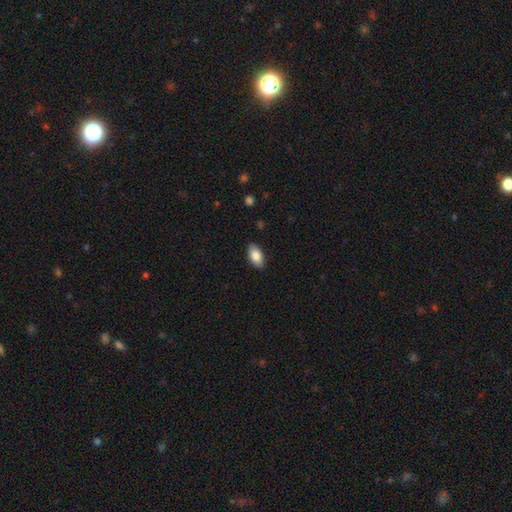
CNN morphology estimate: This appears to be a smooth galaxy with no disk features (85%) that is in between round and cigar-shaped (93%). Merging: none (88%).